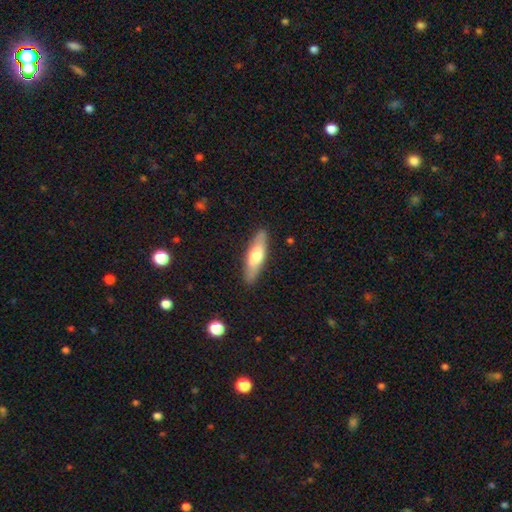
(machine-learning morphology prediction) type=smooth (58%); roundness=cigar-shaped (60%); merging=none (88%).